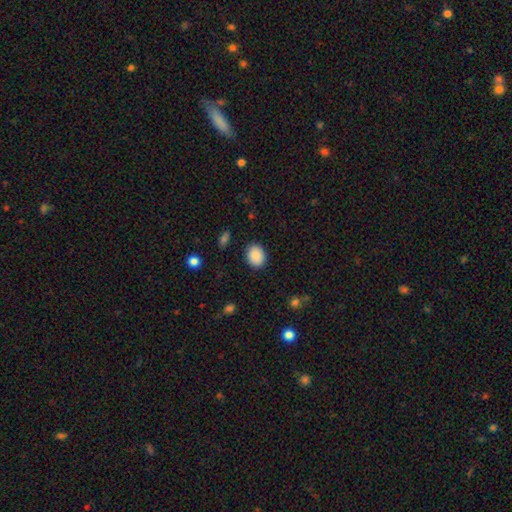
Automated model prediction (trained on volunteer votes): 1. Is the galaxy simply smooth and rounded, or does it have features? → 89% smooth, 7% star or artifact, 3% featured or disk.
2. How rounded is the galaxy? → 53% in between, 46% round, 1% cigar-shaped.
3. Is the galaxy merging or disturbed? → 88% none, 8% minor disturbance, 3% major disturbance, 1% merger.